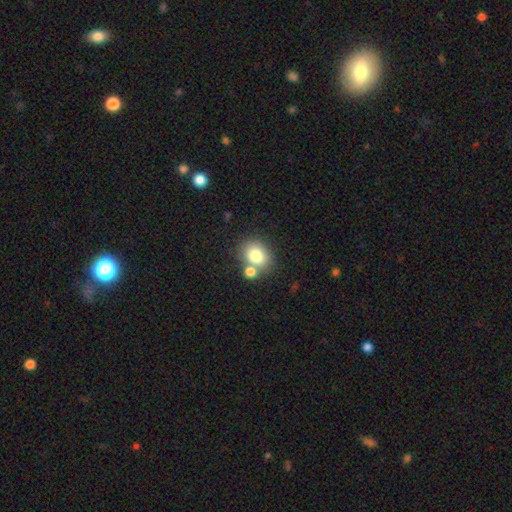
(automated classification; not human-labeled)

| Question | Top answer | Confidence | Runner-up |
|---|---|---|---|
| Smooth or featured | smooth | 79% | featured or disk (11%) |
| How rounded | round | 61% | in between (38%) |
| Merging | none | 59% | merger (27%) |